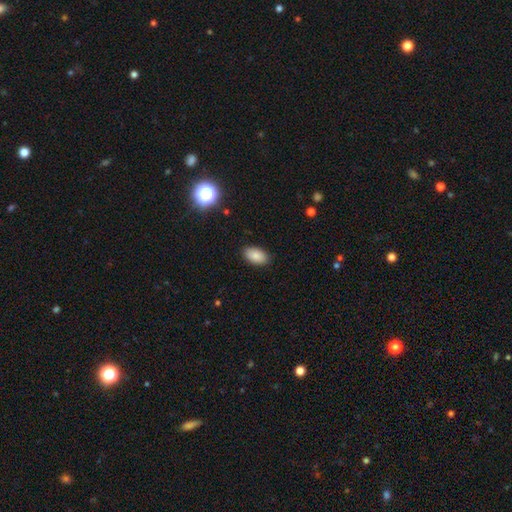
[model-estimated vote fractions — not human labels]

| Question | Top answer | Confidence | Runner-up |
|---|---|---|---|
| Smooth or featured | smooth | 85% | star or artifact (9%) |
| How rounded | in between | 94% | round (5%) |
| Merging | none | 89% | minor disturbance (8%) |